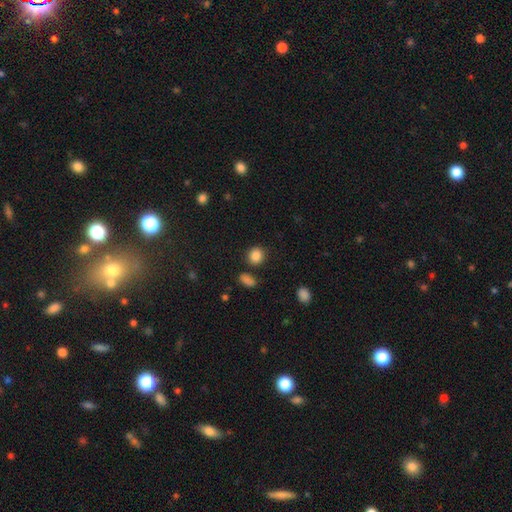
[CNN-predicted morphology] A smooth galaxy with no disk features (86%) that is round (82%).

Vote fractions:
- Smooth or featured? smooth: 86% / star or artifact: 10% / featured or disk: 4%
- How rounded? round: 82% / in between: 16% / cigar-shaped: 1%
- Merging? none: 83% / minor disturbance: 9% / merger: 5% / major disturbance: 3%